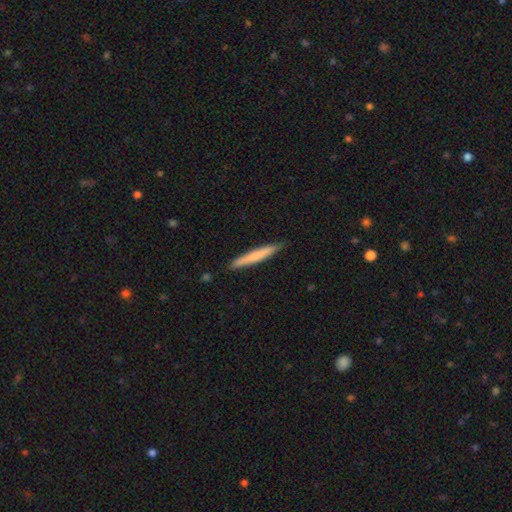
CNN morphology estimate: smooth-or-featured: smooth: 70% | featured or disk: 25% | star or artifact: 5%
  how-rounded: cigar-shaped: 96% | in between: 3% | round: 1%
  merging: none: 89% | minor disturbance: 9% | major disturbance: 1% | merger: 1%